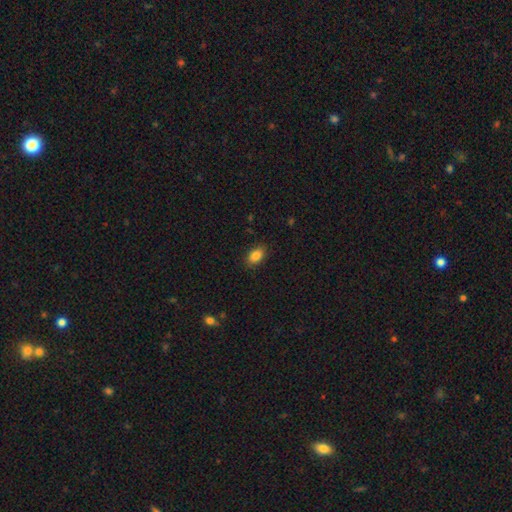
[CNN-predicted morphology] Smooth or featured? smooth (87%)
How rounded? in between (90%)
Merging? none (87%)